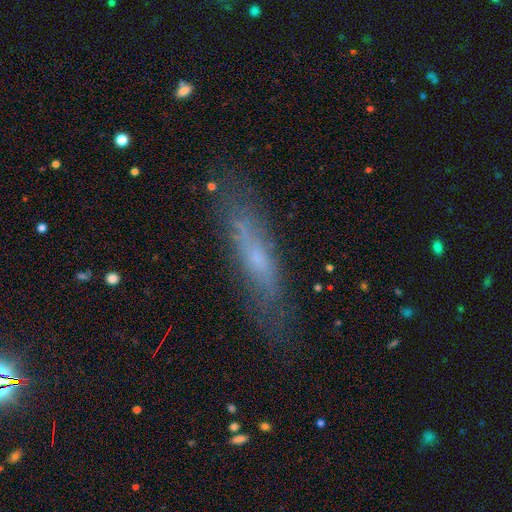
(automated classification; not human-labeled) Morphology: type=smooth (46%); merging=none (78%).